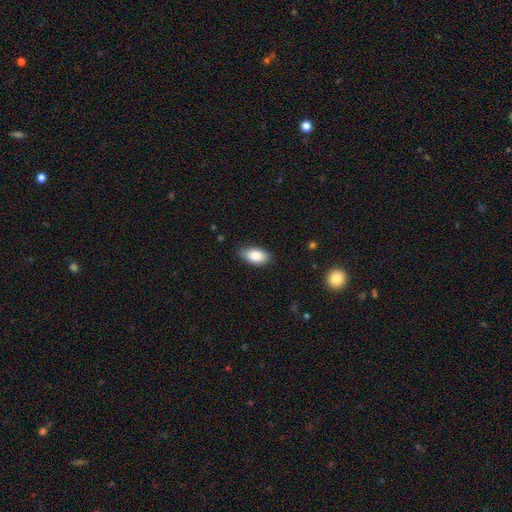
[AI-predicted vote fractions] smooth_or_featured: smooth (p=0.84) [alt: featured or disk p=0.09]
how_rounded: in between (p=0.92) [alt: round p=0.05]
merging: none (p=0.81) [alt: minor disturbance p=0.15]